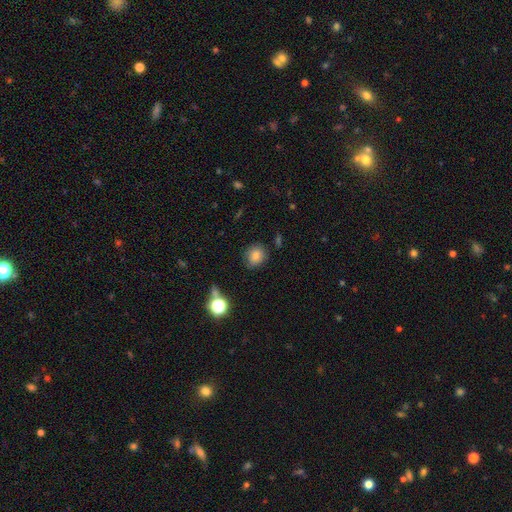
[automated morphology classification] A smooth galaxy with no disk features (82%) that is round (72%).

Vote fractions:
- Smooth or featured? smooth: 82% / star or artifact: 12% / featured or disk: 6%
- How rounded? round: 72% / in between: 27% / cigar-shaped: 1%
- Merging? none: 81% / minor disturbance: 13% / major disturbance: 3% / merger: 2%